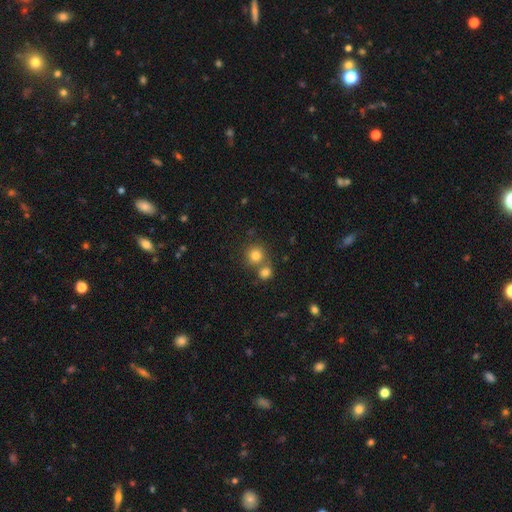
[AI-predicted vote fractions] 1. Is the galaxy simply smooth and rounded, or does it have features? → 80% smooth, 13% star or artifact, 7% featured or disk.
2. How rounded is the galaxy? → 90% round, 9% in between, 1% cigar-shaped.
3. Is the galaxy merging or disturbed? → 59% none, 32% merger, 7% minor disturbance, 3% major disturbance.